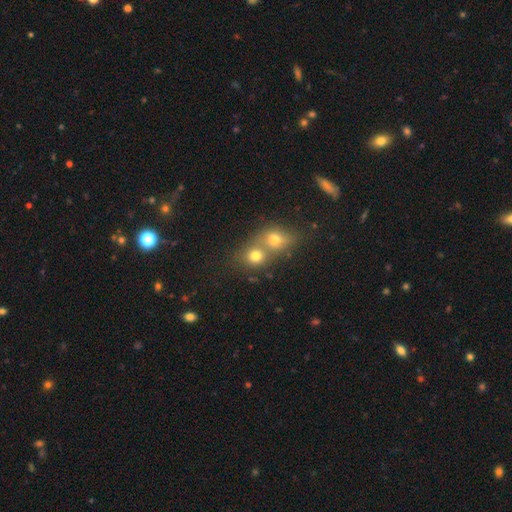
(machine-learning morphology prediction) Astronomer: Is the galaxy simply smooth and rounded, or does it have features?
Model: smooth — 74%.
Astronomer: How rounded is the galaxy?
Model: round — 74%.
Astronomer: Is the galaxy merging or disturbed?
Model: merger — 56% (runner-up: none, 35%).